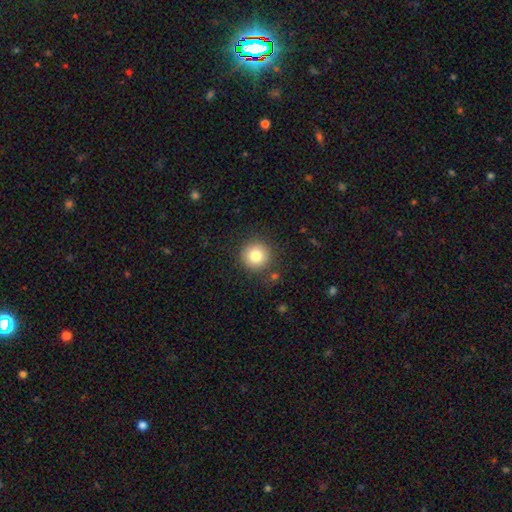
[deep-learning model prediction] Morphology: type=smooth (82%); roundness=round (95%); merging=none (87%).